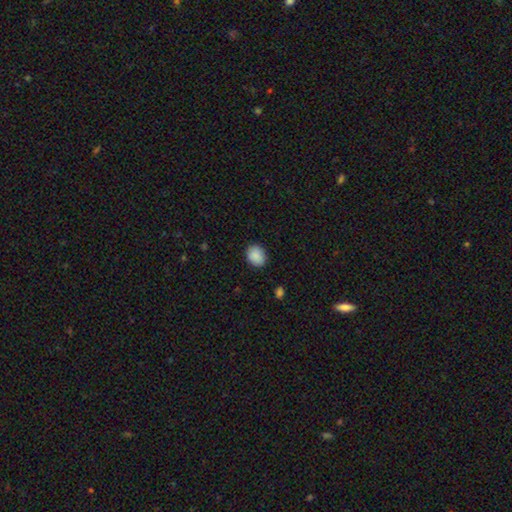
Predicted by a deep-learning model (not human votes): Smooth or featured? smooth (89%)
How rounded? round (56%)
Merging? none (87%)